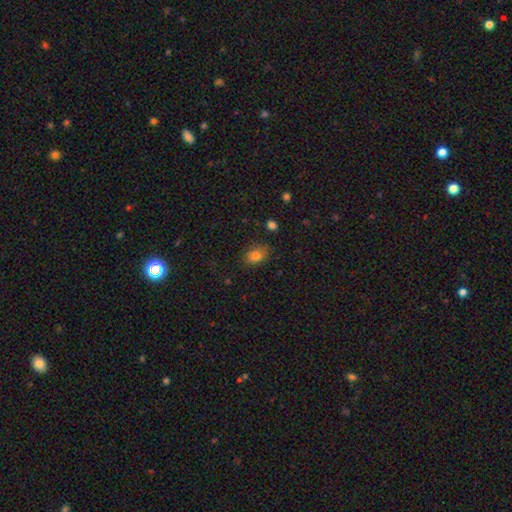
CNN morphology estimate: Overall: smooth (82%). How rounded: in between (74%). Merging: none (81%).